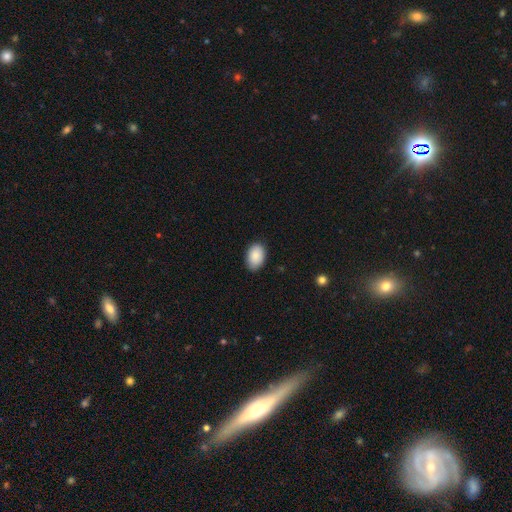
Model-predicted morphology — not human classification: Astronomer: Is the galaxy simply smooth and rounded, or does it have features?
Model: smooth — 89%.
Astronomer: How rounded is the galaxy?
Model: in between — 89%.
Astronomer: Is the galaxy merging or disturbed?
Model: none — 85%.